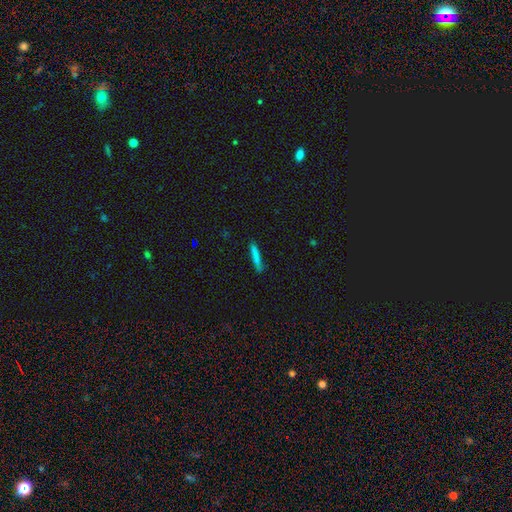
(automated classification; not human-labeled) Q: Smooth or featured?
A: smooth (80%); runner-up: featured or disk (12%)
Q: How rounded?
A: cigar-shaped (93%); runner-up: in between (6%)
Q: Merging?
A: none (85%); runner-up: minor disturbance (12%)